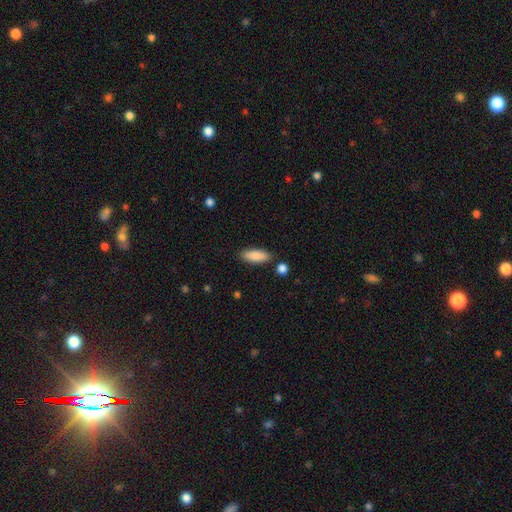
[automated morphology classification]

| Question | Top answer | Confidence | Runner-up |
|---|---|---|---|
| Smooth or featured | smooth | 87% | featured or disk (7%) |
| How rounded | in between | 67% | cigar-shaped (31%) |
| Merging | none | 84% | minor disturbance (10%) |